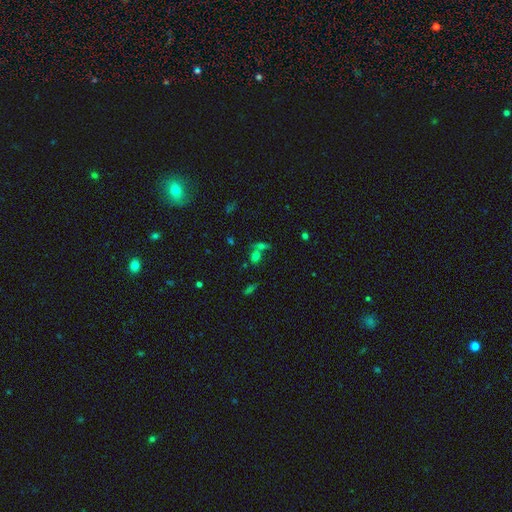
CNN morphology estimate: Q: Smooth or featured?
A: smooth (59%); runner-up: star or artifact (27%)
Q: How rounded?
A: in between (59%); runner-up: round (36%)
Q: Merging?
A: none (44%); runner-up: merger (39%)